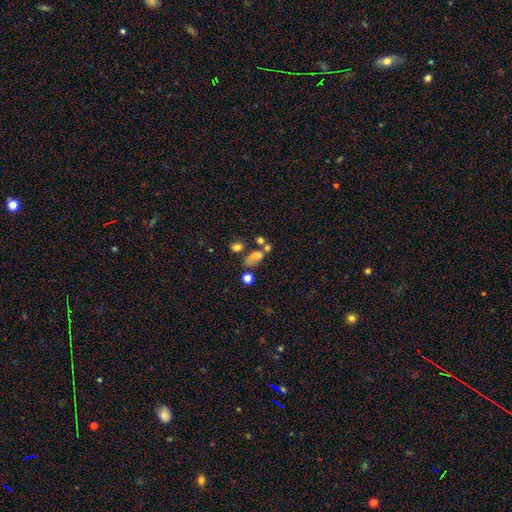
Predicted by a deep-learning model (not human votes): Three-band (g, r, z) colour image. It shows a smooth galaxy with no disk features (58%) that is in between round and cigar-shaped (74%). Merging: merger (33%).